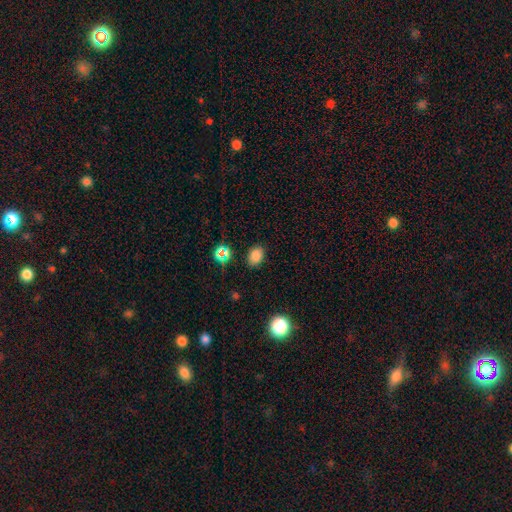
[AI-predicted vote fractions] This appears to be a smooth galaxy with no disk features (79%) that is in between round and cigar-shaped (72%). Merging: none (85%).